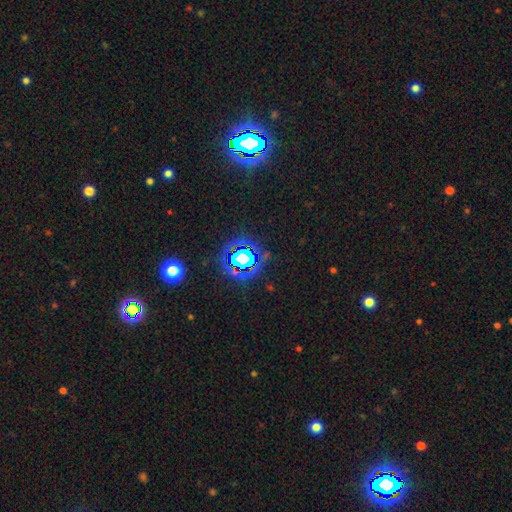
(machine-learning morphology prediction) Smooth or featured? star or artifact (81%)